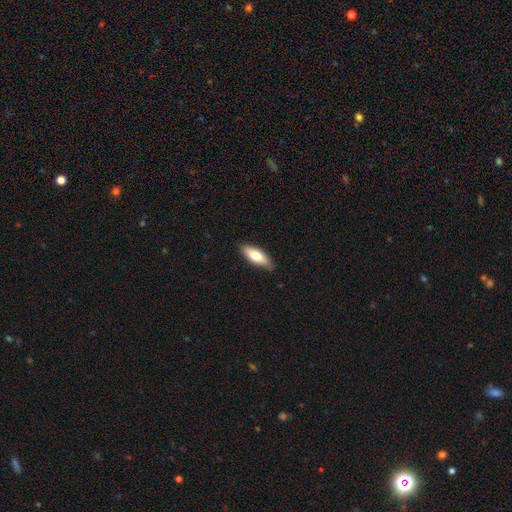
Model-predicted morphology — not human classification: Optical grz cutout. It shows a smooth galaxy with no disk features (71%) that is in between round and cigar-shaped (66%). Merging: none (84%).